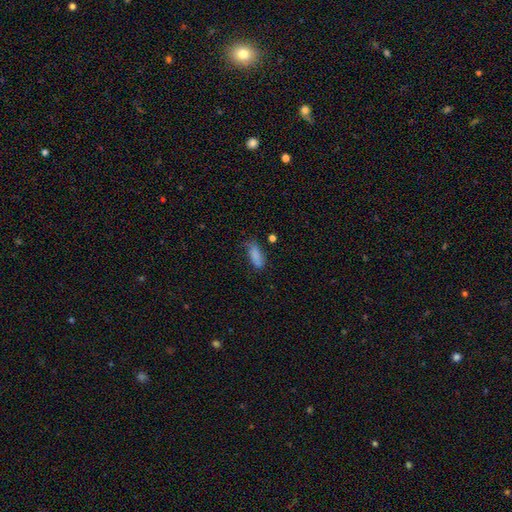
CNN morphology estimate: A smooth galaxy with no disk features (81%) that is in between round and cigar-shaped (77%).

Vote fractions:
- Smooth or featured? smooth: 81% / featured or disk: 11% / star or artifact: 8%
- How rounded? in between: 77% / cigar-shaped: 21% / round: 3%
- Merging? none: 53% / minor disturbance: 32% / major disturbance: 11% / merger: 4%